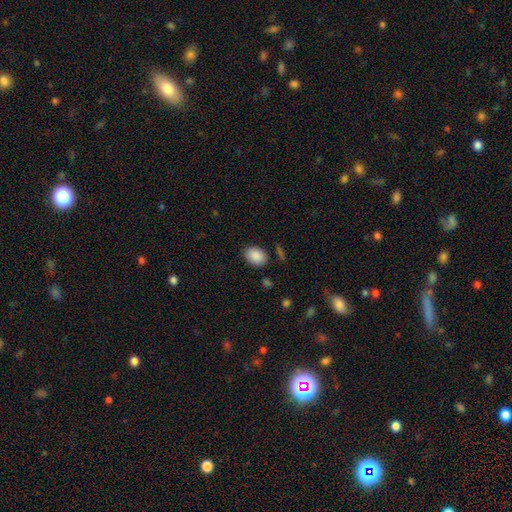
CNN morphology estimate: This is clearly a smooth galaxy (89%). How rounded: likely in between (76%). Merging: clearly none (84%).